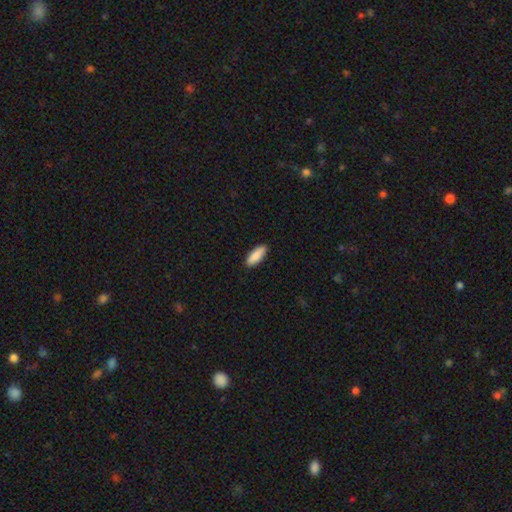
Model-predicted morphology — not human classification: Q: Smooth or featured?
A: smooth (90%); runner-up: star or artifact (5%)
Q: How rounded?
A: in between (64%); runner-up: cigar-shaped (34%)
Q: Merging?
A: none (89%); runner-up: minor disturbance (8%)